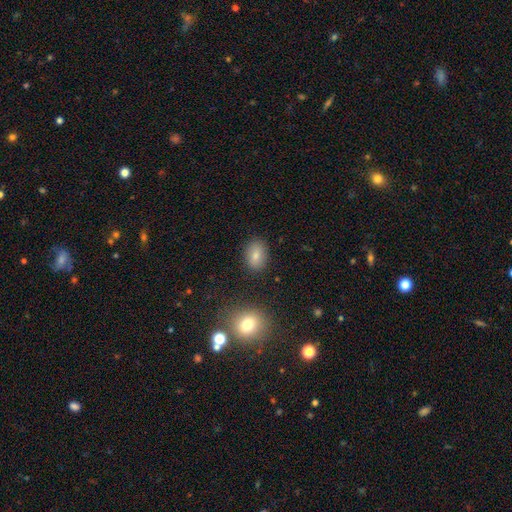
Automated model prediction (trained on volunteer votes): Smooth or featured?
  - smooth: 79% *
  - featured or disk: 11%
  - star or artifact: 10%
How rounded?
  - in between: 80% *
  - round: 19%
  - cigar-shaped: 2%
Merging?
  - none: 85% *
  - minor disturbance: 10%
  - major disturbance: 3%
  - merger: 2%